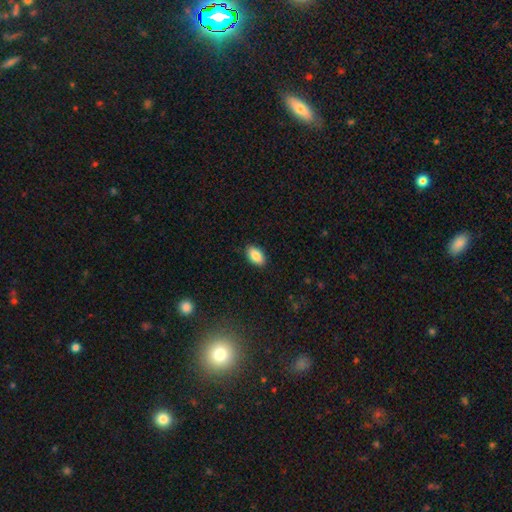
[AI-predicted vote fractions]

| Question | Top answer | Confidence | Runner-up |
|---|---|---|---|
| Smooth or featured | smooth | 89% | star or artifact (7%) |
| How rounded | in between | 93% | round (4%) |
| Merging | none | 88% | minor disturbance (9%) |